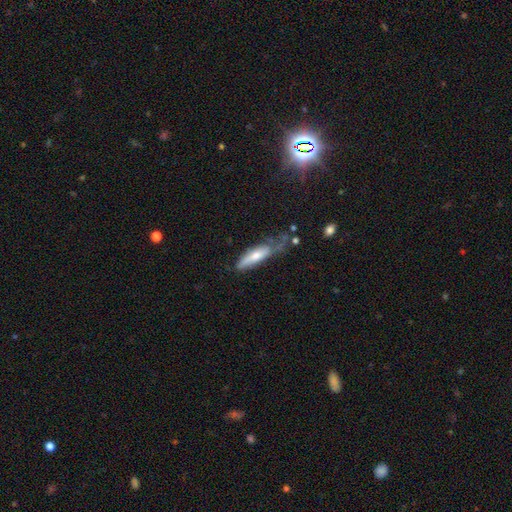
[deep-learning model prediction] Morphology: type=smooth (57%); roundness=cigar-shaped (65%); merging=none (37%).